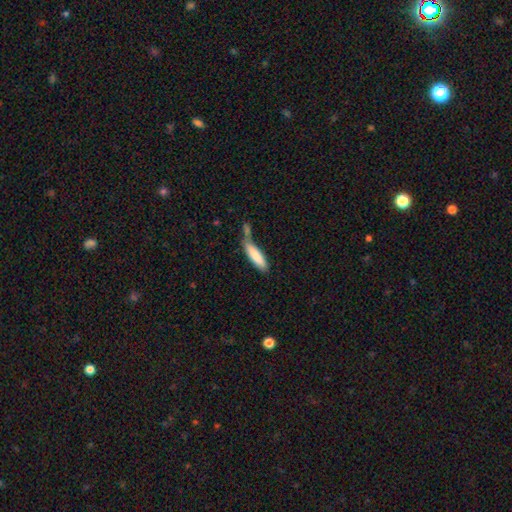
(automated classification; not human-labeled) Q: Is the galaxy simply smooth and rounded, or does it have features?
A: smooth — 82%.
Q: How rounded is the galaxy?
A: cigar-shaped — 67%.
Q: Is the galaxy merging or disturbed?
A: none — 41%.